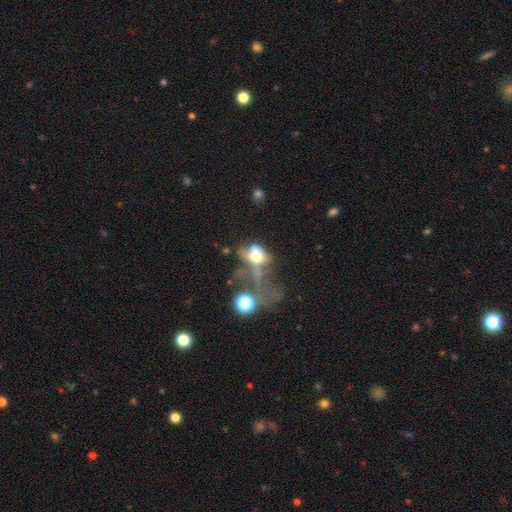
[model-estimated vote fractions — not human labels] Smooth or featured? Predicted: smooth (p=0.47). Merging? Predicted: major disturbance (p=0.51).